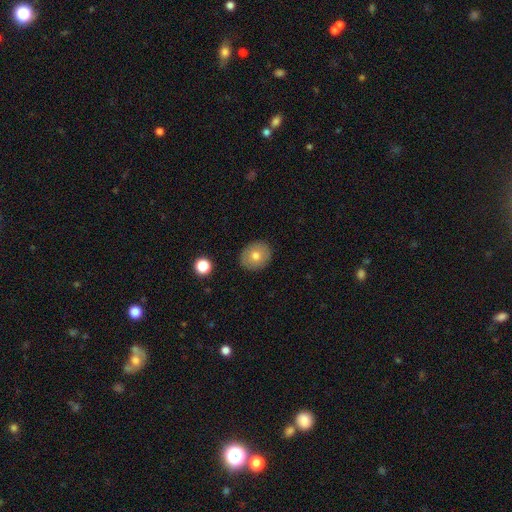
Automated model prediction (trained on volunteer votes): Q: Smooth or featured?
A: smooth (72%); runner-up: featured or disk (19%)
Q: How rounded?
A: round (66%); runner-up: in between (33%)
Q: Merging?
A: none (88%); runner-up: minor disturbance (8%)